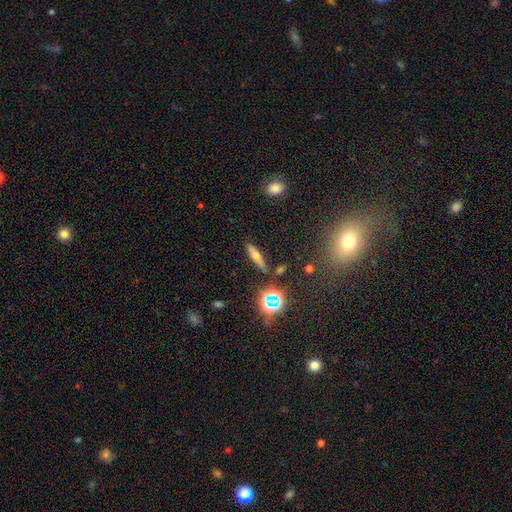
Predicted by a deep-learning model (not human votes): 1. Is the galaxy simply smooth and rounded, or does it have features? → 42% smooth, 41% featured or disk, 17% star or artifact.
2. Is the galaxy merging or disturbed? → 85% none, 9% minor disturbance, 4% merger, 3% major disturbance.